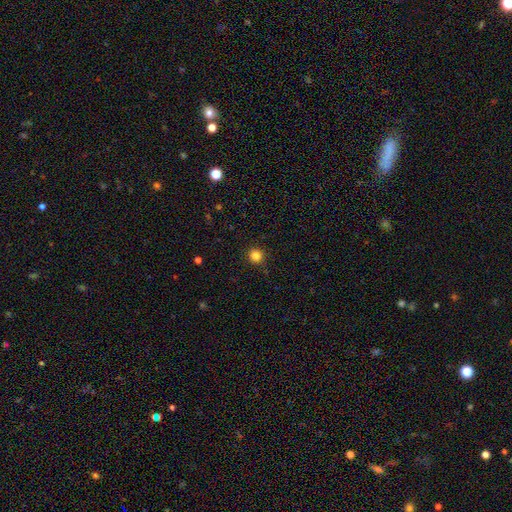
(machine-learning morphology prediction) Smooth or featured? smooth (84%)
How rounded? round (94%)
Merging? none (92%)